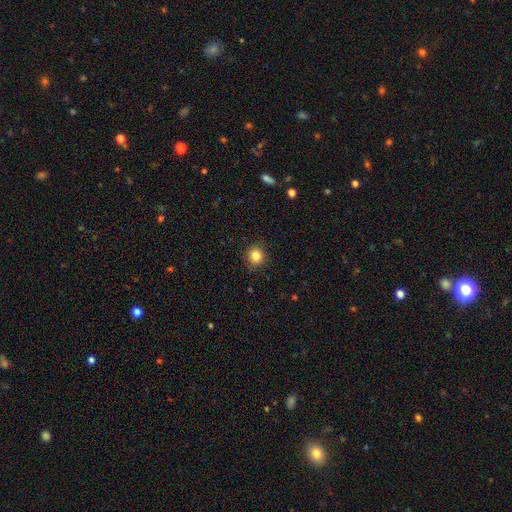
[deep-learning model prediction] Q: Smooth or featured?
A: smooth (83%); runner-up: star or artifact (11%)
Q: How rounded?
A: round (89%); runner-up: in between (10%)
Q: Merging?
A: none (90%); runner-up: minor disturbance (7%)